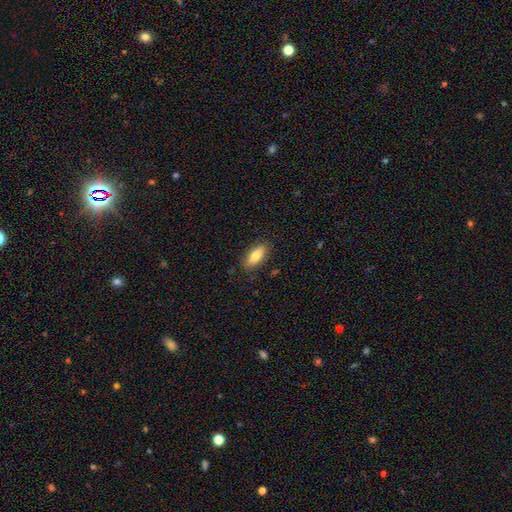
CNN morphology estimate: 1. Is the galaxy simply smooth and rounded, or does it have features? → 76% smooth, 17% featured or disk, 7% star or artifact.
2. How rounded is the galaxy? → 75% in between, 22% cigar-shaped, 3% round.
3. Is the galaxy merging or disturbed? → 87% none, 10% minor disturbance, 2% major disturbance, 1% merger.